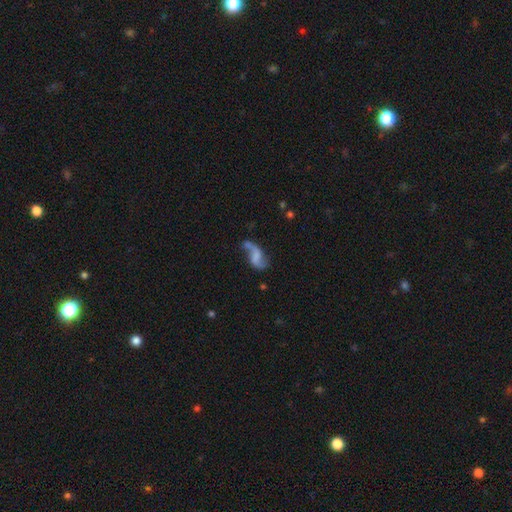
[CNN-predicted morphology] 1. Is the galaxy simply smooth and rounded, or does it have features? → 74% featured or disk, 18% smooth, 8% star or artifact.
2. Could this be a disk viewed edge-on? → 97% no, 3% yes.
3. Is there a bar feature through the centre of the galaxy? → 44% no, 40% weak, 16% strong.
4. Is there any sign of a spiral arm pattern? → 89% yes, 11% no.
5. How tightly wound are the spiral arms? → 85% loose, 12% medium, 3% tight.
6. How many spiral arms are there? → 87% 2, 8% 1, 3% can't tell, 1% 3, 1% 4, 1% more than 4.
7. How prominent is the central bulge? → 60% none, 22% small, 12% moderate, 5% large, 2% dominant.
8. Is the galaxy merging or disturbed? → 48% none, 22% minor disturbance, 17% major disturbance, 13% merger.